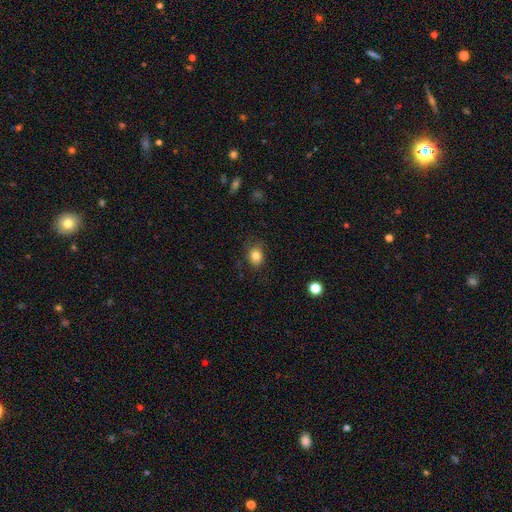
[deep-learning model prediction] A smooth galaxy with no disk features (83%) that is round (53%).

Vote fractions:
- Smooth or featured? smooth: 83% / star or artifact: 10% / featured or disk: 7%
- How rounded? round: 53% / in between: 46% / cigar-shaped: 1%
- Merging? none: 77% / minor disturbance: 17% / major disturbance: 5% / merger: 1%